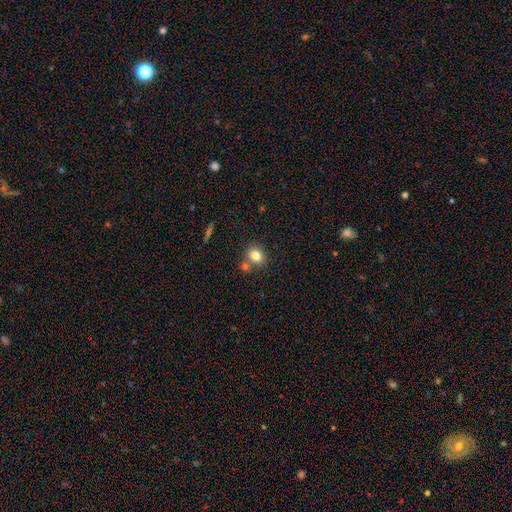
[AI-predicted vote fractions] Overall: smooth (80%). How rounded: round (60%; in between 38%). Merging: none (65%).